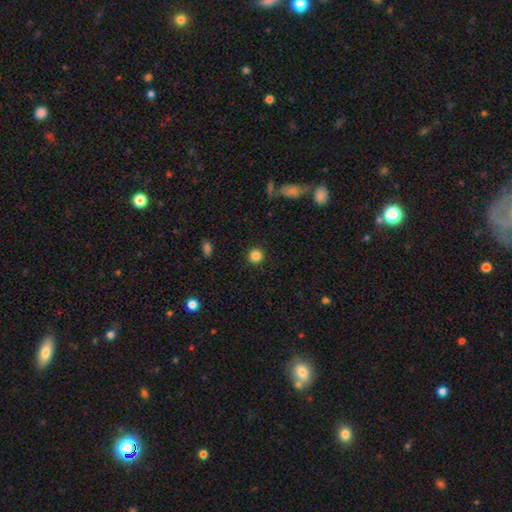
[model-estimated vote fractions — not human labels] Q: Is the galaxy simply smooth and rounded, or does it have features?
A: smooth — 85%.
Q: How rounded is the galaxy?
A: round — 94%.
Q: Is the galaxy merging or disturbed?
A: none — 92%.